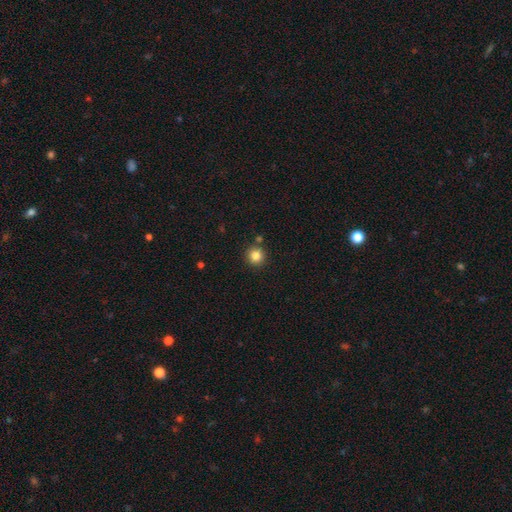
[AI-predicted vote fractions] Q: Smooth or featured?
A: smooth (83%); runner-up: star or artifact (11%)
Q: How rounded?
A: round (94%); runner-up: in between (5%)
Q: Merging?
A: none (86%); runner-up: minor disturbance (7%)